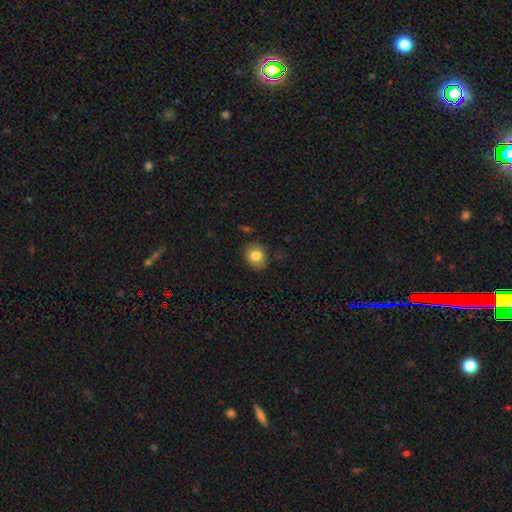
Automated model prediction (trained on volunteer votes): smooth-or-featured: smooth: 82% | star or artifact: 10% | featured or disk: 8%
  how-rounded: round: 71% | in between: 29% | cigar-shaped: 1%
  merging: none: 85% | minor disturbance: 11% | major disturbance: 2% | merger: 2%